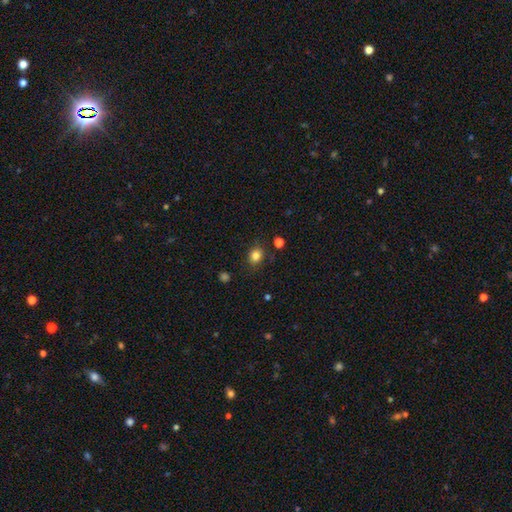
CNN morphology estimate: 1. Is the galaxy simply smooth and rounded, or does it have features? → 83% smooth, 12% star or artifact, 5% featured or disk.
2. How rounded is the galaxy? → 63% round, 36% in between, 1% cigar-shaped.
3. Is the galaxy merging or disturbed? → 83% none, 12% minor disturbance, 3% major disturbance, 2% merger.